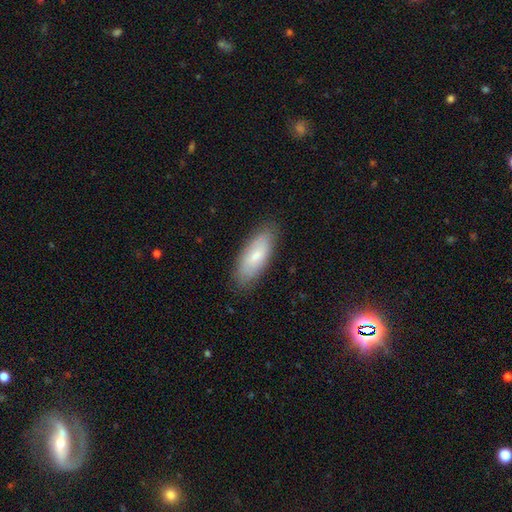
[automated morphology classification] smooth-or-featured: smooth: 74% | featured or disk: 20% | star or artifact: 6%
  how-rounded: in between: 78% | cigar-shaped: 20% | round: 2%
  merging: none: 83% | minor disturbance: 13% | major disturbance: 3% | merger: 1%